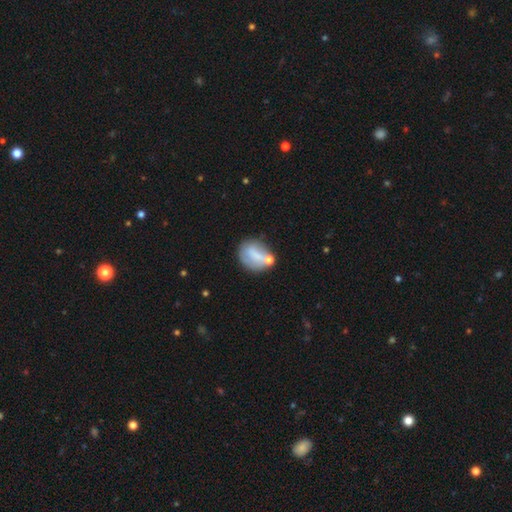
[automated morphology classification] smooth_or_featured: smooth (p=0.63) [alt: featured or disk p=0.29]
how_rounded: in between (p=0.56) [alt: round p=0.42]
merging: none (p=0.46) [alt: minor disturbance p=0.22]